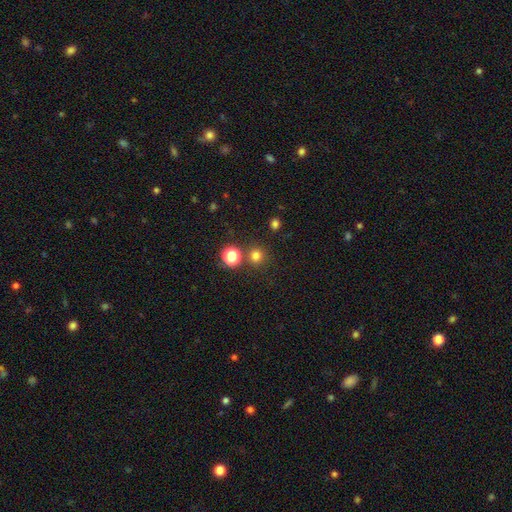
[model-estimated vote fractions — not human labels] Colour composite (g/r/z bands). It shows a smooth galaxy with no disk features (77%) that is round (93%). Merging: none (81%).